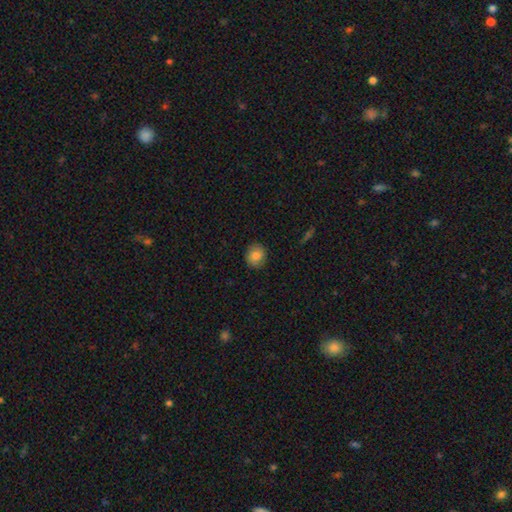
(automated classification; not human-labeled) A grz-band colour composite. It shows a smooth galaxy with no disk features (85%) that is round (76%). Merging: none (88%).